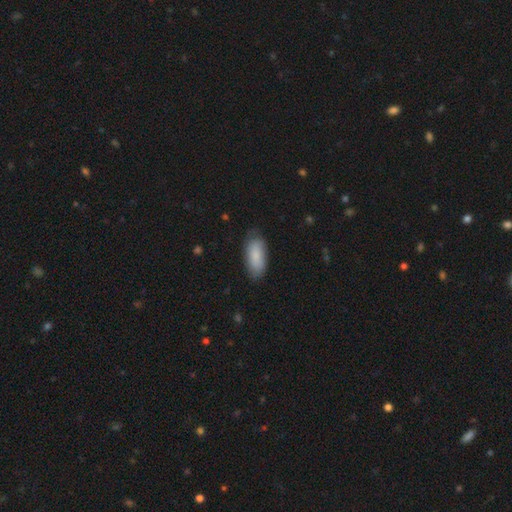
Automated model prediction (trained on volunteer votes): A smooth galaxy with no disk features (84%) that is in between round and cigar-shaped (85%).

Vote fractions:
- Smooth or featured? smooth: 84% / featured or disk: 10% / star or artifact: 6%
- How rounded? in between: 85% / cigar-shaped: 13% / round: 2%
- Merging? none: 77% / minor disturbance: 19% / major disturbance: 4% / merger: 1%